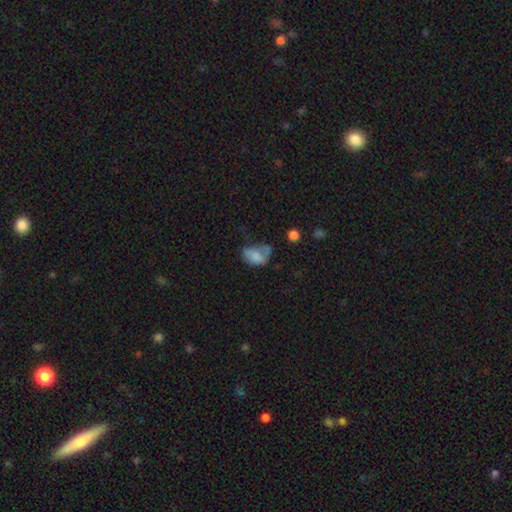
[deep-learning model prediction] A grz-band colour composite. It shows a smooth galaxy with no disk features (67%) that is in between round and cigar-shaped (82%). Merging: major disturbance (28%).